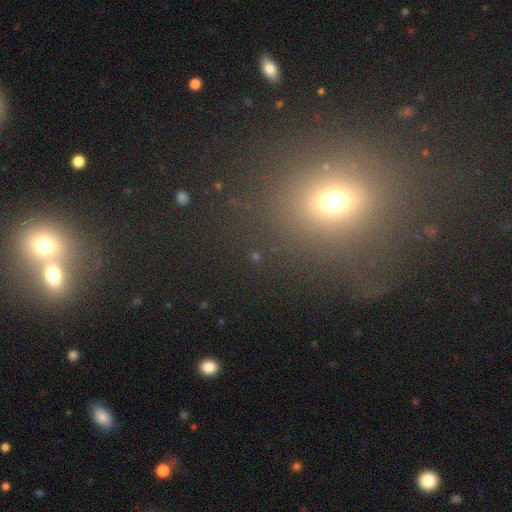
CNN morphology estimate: A smooth galaxy with no disk features (48%).

Vote fractions:
- Smooth or featured? smooth: 48% / star or artifact: 41% / featured or disk: 11%
- Merging? none: 77% / minor disturbance: 10% / merger: 7% / major disturbance: 6%